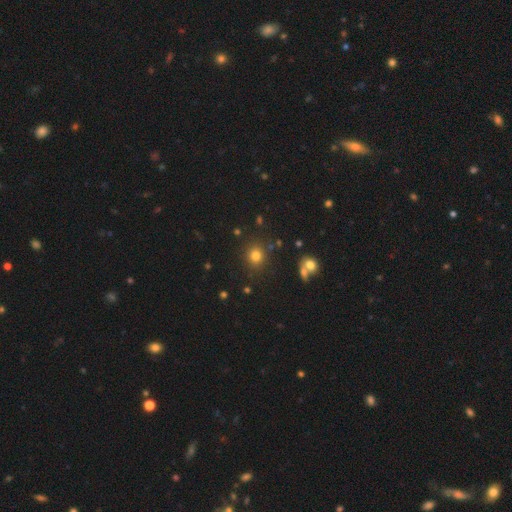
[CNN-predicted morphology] A smooth galaxy with no disk features (78%) that is round (83%). Merging: none (85%).